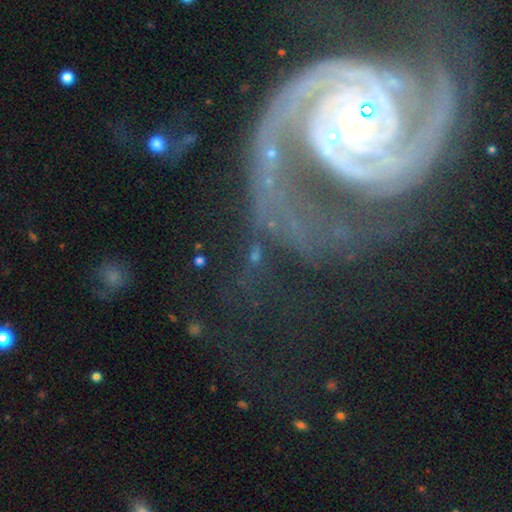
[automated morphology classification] A featured or disk galaxy (65%) with no bar (41%), spiral arms (82%) and a small central bulge (50%).

Vote fractions:
- Smooth or featured? featured or disk: 65% / star or artifact: 18% / smooth: 16%
- Edge-on disk? no: 91% / yes: 9%
- Bar? no: 41% / weak: 31% / strong: 28%
- Spiral arms? yes: 82% / no: 18%
- Bulge size? small: 50% / moderate: 33% / large: 7% / none: 6% / dominant: 4%
- Merging? none: 50% / major disturbance: 23% / minor disturbance: 15% / merger: 12%